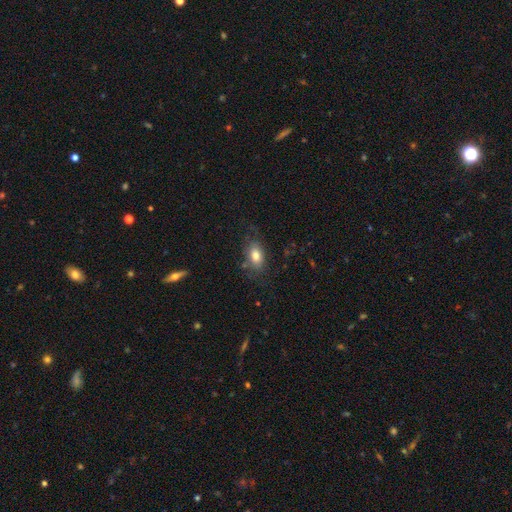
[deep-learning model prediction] Smooth or featured? smooth (75%)
How rounded? in between (88%)
Merging? none (67%)